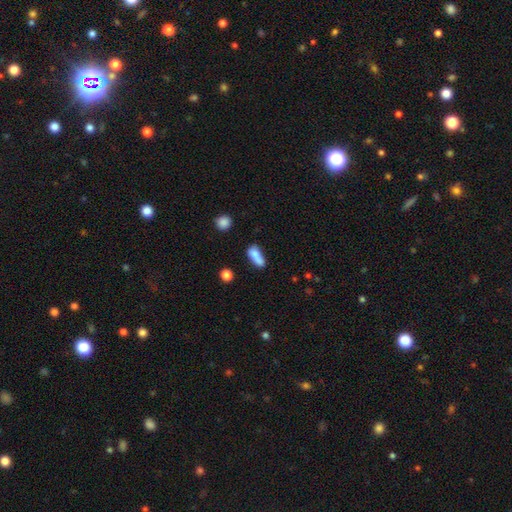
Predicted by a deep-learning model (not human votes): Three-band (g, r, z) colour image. It shows a smooth galaxy with no disk features (78%) that is in between round and cigar-shaped (61%). Merging: none (46%).